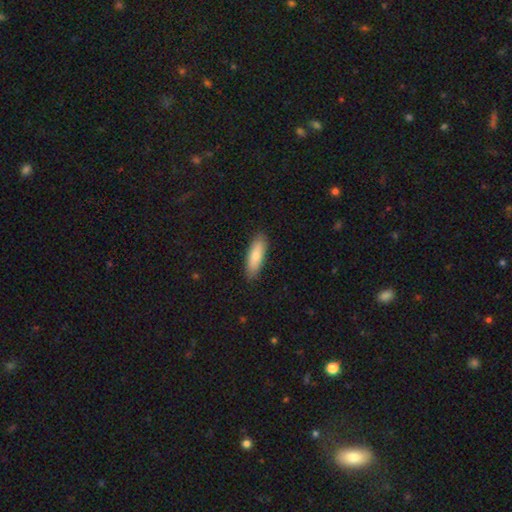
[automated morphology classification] type=smooth (80%); roundness=in between (49%, tied with cigar-shaped); merging=none (88%).